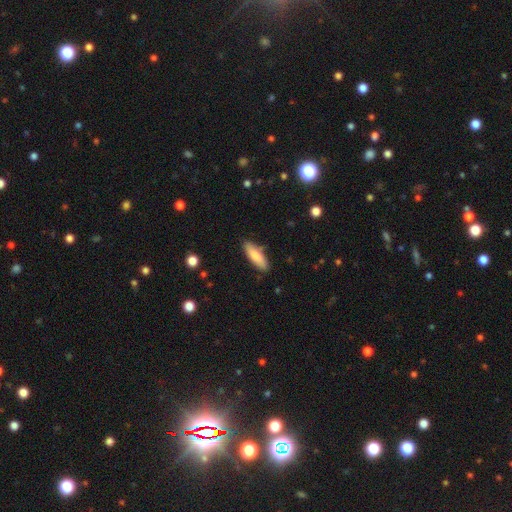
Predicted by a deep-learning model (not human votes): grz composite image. It shows a smooth galaxy with no disk features (81%) that is in between round and cigar-shaped (52%). Merging: none (83%).